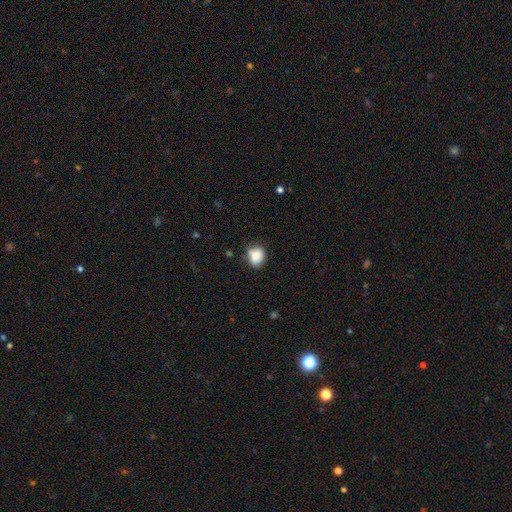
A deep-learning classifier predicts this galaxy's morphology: Smooth or featured: smooth — 84% (star or artifact — 9%)
How rounded: round — 57% (in between — 42%)
Merging: none — 66% (minor disturbance — 23%)